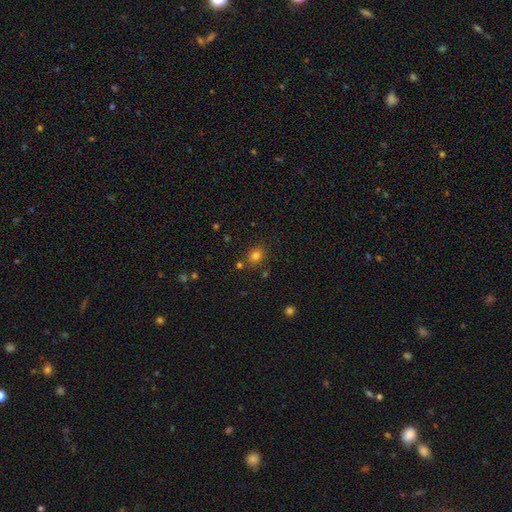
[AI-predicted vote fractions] This is likely a smooth galaxy (78%). How rounded: possibly in between (56%). Merging: likely none (77%).